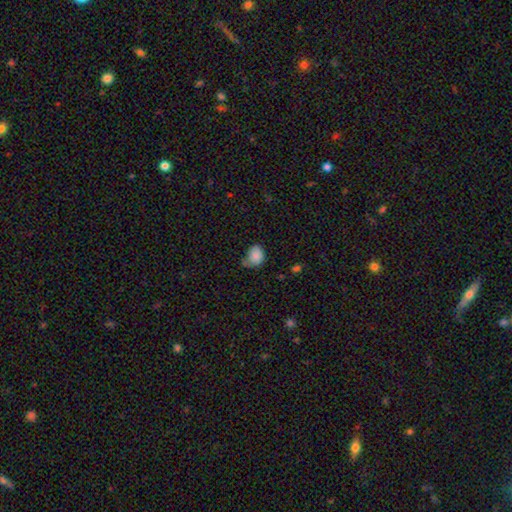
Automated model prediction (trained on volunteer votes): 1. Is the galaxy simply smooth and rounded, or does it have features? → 85% smooth, 8% star or artifact, 7% featured or disk.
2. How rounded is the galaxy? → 58% in between, 41% round, 1% cigar-shaped.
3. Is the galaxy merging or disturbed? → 49% none, 34% minor disturbance, 11% major disturbance, 6% merger.